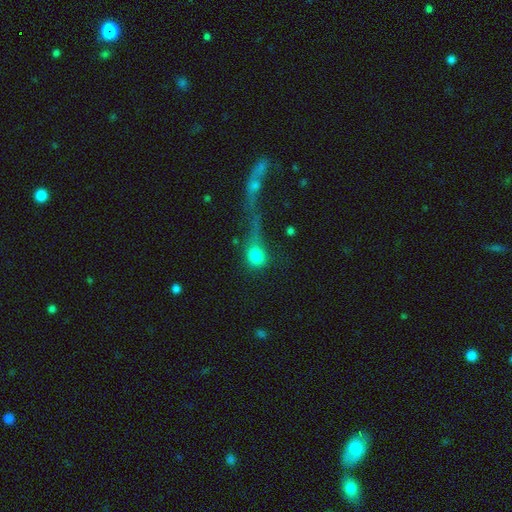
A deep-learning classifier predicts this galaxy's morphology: Smooth or featured? smooth (76%)
How rounded? round (73%)
Merging? none (37%)